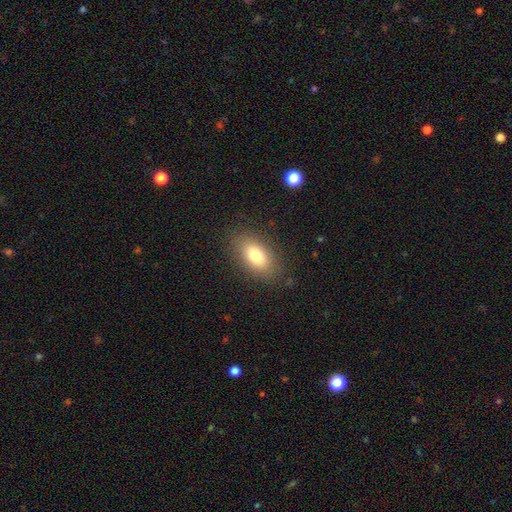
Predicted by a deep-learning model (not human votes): smooth_or_featured: smooth (p=0.79) [alt: featured or disk p=0.12]
how_rounded: in between (p=0.90) [alt: round p=0.06]
merging: none (p=0.85) [alt: minor disturbance p=0.10]